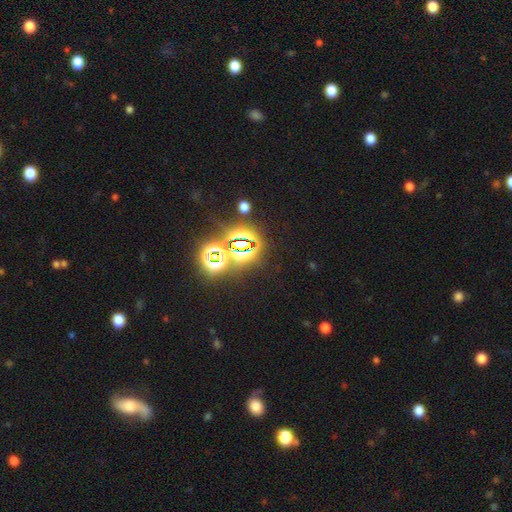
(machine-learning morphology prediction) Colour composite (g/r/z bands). It shows a star or artifact, not a galaxy (77%).